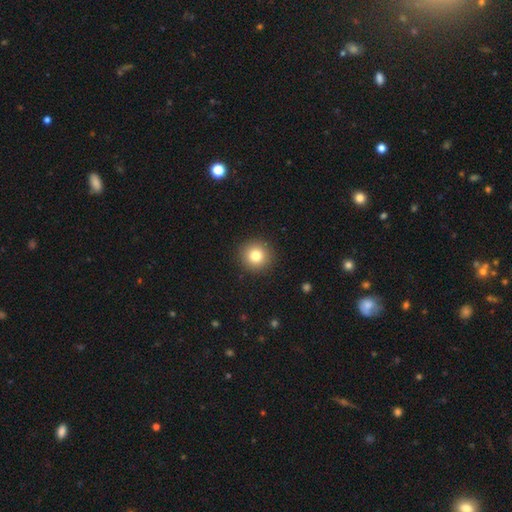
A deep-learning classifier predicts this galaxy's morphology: smooth_or_featured: smooth (p=0.81) [alt: star or artifact p=0.11]
how_rounded: round (p=0.94) [alt: in between p=0.05]
merging: none (p=0.92) [alt: minor disturbance p=0.05]